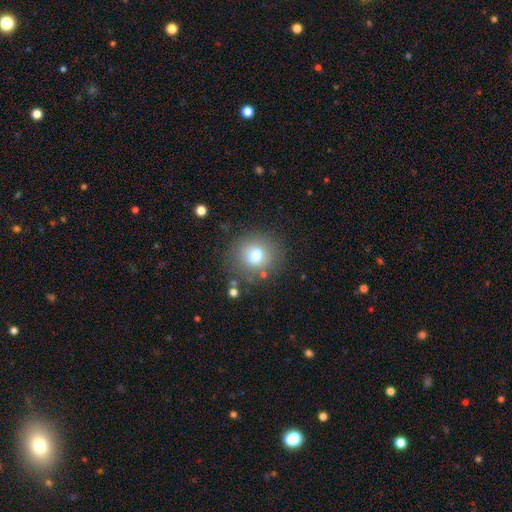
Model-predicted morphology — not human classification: Smooth or featured?
  - smooth: 73% *
  - featured or disk: 14%
  - star or artifact: 13%
How rounded?
  - round: 83% *
  - in between: 16%
  - cigar-shaped: 1%
Merging?
  - none: 80% *
  - minor disturbance: 11%
  - major disturbance: 5%
  - merger: 4%